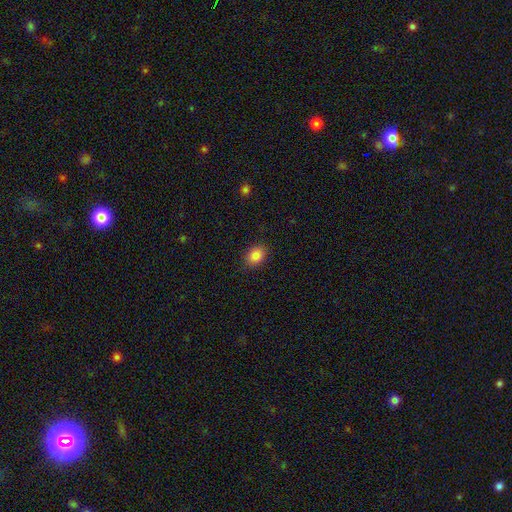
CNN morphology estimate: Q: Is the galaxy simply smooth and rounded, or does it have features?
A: smooth — 85%.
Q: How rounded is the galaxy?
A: in between — 60%.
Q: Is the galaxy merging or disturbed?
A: none — 88%.